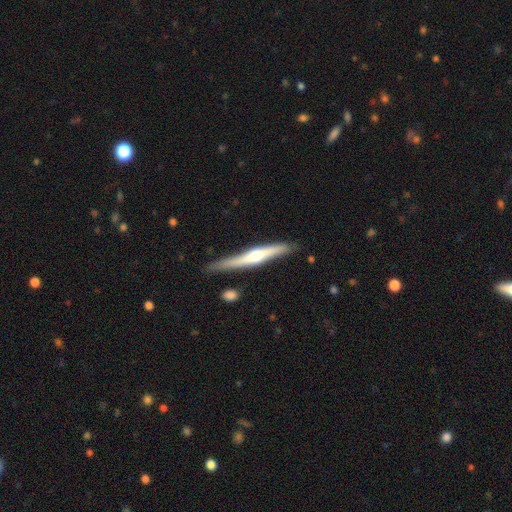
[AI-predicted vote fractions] smooth-or-featured: featured or disk: 65% | smooth: 30% | star or artifact: 5%
  disk-edge-on: yes: 96% | no: 4%
    edge-on-bulge: rounded: 85% | none: 9% | boxy: 6%
  merging: none: 81% | minor disturbance: 14% | merger: 3% | major disturbance: 2%